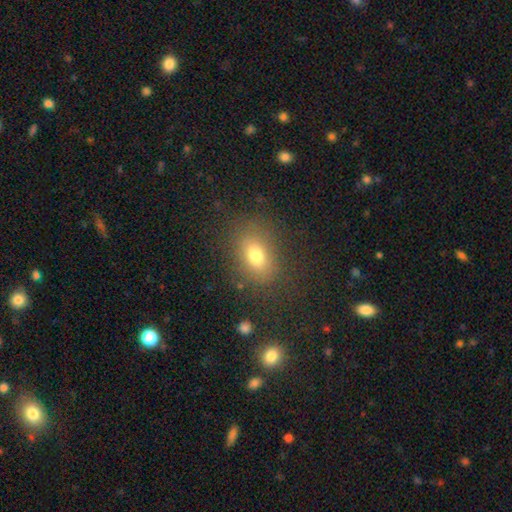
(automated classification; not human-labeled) The model was most divided on "how rounded": in between: 76%, round: 21%, cigar-shaped: 2%. More confident: merging — none (80%); smooth or featured — smooth (76%).